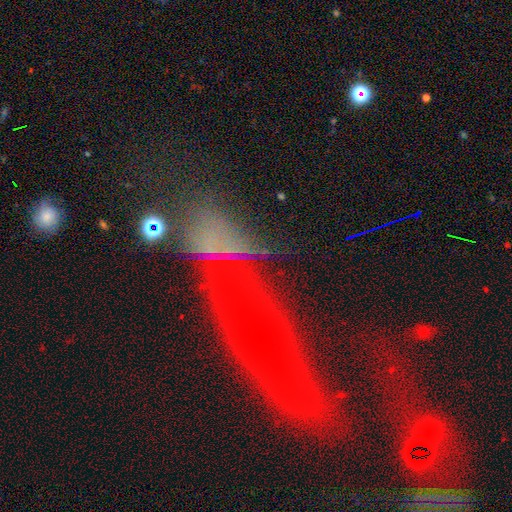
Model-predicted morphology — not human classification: smooth_or_featured: featured or disk (p=0.59) [alt: smooth p=0.24]
disk_edge_on: yes (p=0.59) [alt: no p=0.41]
merging: none (p=0.36) [alt: merger p=0.27]